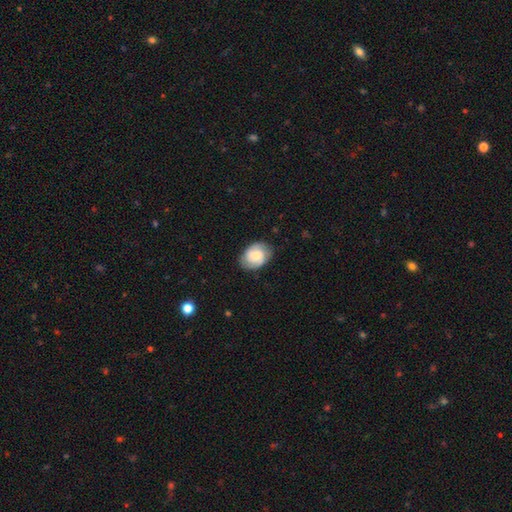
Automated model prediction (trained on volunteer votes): Smooth or featured?
  - smooth: 46% * (tied)
  - featured or disk: 46% * (tied)
  - star or artifact: 7%
Merging?
  - none: 79% *
  - minor disturbance: 16%
  - major disturbance: 4%
  - merger: 1%